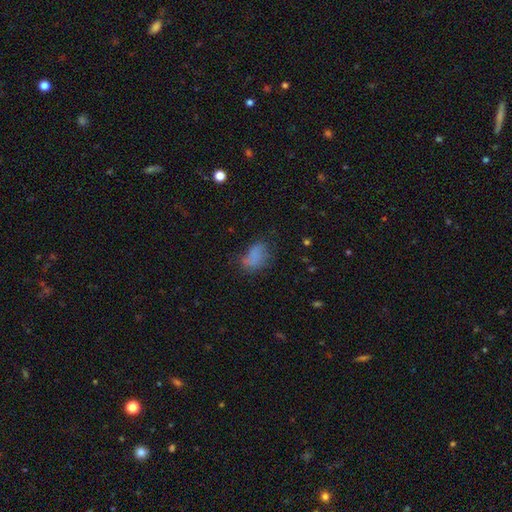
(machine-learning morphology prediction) Smooth or featured? smooth (74%)
How rounded? in between (86%)
Merging? none (48%)